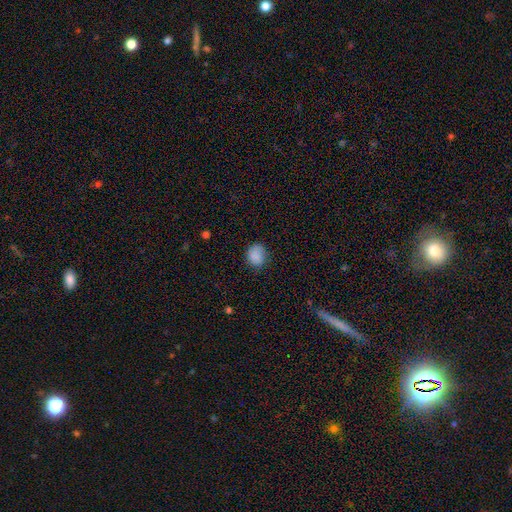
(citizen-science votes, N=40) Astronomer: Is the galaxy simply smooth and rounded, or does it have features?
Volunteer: smooth — 85%.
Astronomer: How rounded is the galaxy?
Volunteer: round — 74%.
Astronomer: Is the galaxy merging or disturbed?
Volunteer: none — 82%.